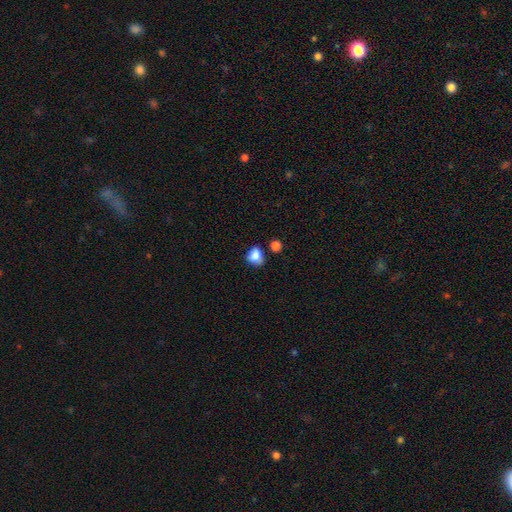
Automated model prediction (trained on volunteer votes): Q: Smooth or featured?
A: smooth (84%); runner-up: star or artifact (10%)
Q: How rounded?
A: round (62%); runner-up: in between (37%)
Q: Merging?
A: none (59%); runner-up: minor disturbance (25%)